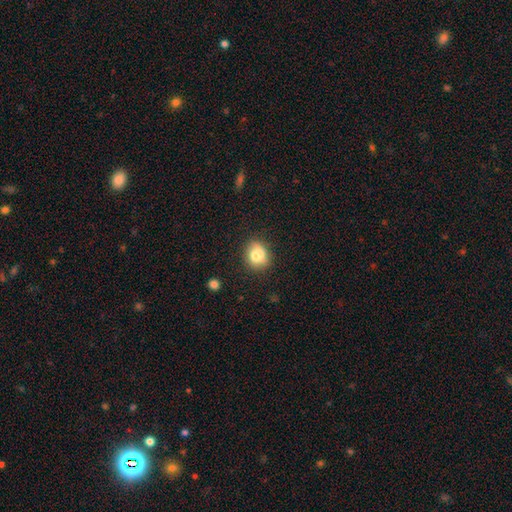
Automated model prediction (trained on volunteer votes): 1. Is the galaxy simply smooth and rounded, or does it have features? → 72% smooth, 18% featured or disk, 10% star or artifact.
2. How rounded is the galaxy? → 67% round, 32% in between, 1% cigar-shaped.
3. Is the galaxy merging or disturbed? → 55% none, 21% merger, 18% minor disturbance, 5% major disturbance.